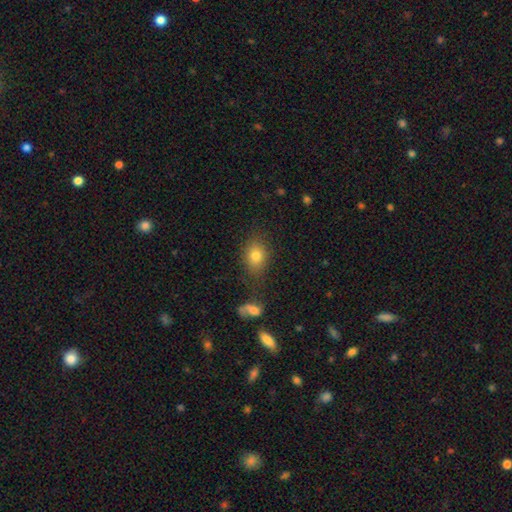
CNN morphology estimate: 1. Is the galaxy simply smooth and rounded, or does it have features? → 78% smooth, 11% star or artifact, 11% featured or disk.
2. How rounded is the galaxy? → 61% in between, 38% round, 1% cigar-shaped.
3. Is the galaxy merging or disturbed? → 75% none, 12% minor disturbance, 7% merger, 5% major disturbance.